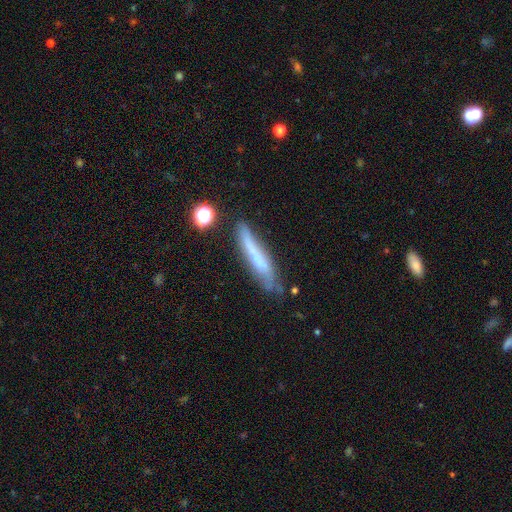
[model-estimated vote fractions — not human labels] A smooth galaxy with no disk features (47%). Merging: none (65%).